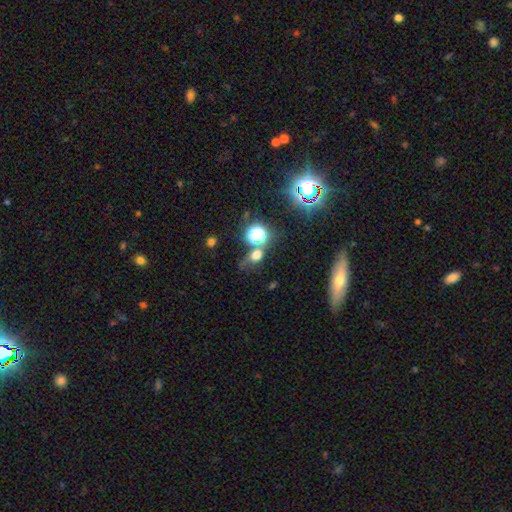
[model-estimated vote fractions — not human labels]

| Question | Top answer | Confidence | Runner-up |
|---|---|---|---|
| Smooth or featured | smooth | 54% | star or artifact (34%) |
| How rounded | round | 62% | in between (35%) |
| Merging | none | 52% | merger (20%) |